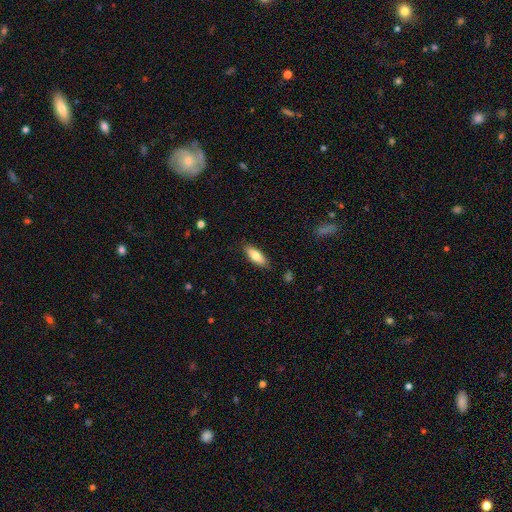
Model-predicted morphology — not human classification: type=smooth (77%); roundness=in between (67%); merging=none (87%).